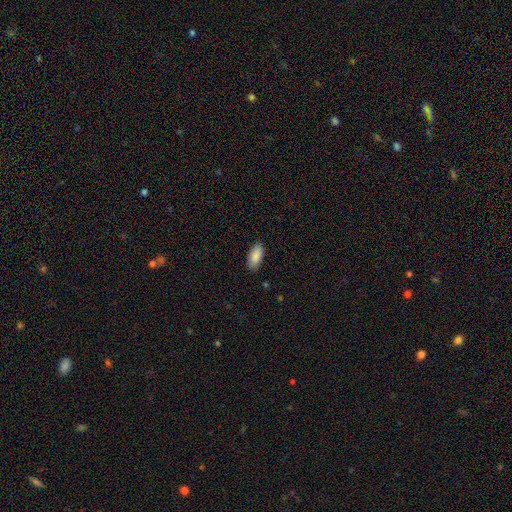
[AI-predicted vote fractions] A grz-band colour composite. It shows a smooth galaxy with no disk features (89%) that is in between round and cigar-shaped (88%). Merging: none (86%).